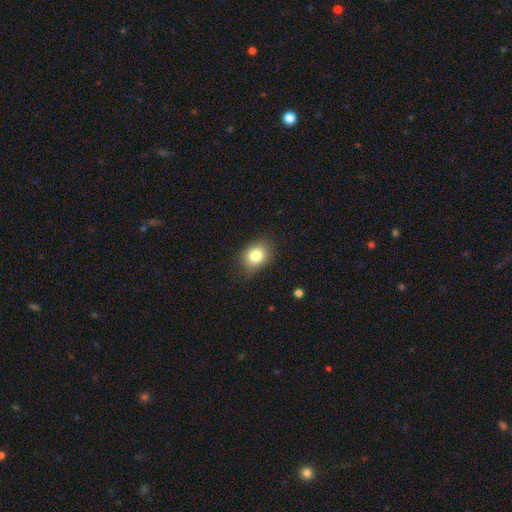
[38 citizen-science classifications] Smooth or featured? 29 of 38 (76%) said smooth. How rounded? 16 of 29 (55%) said in between. Merging? 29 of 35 (83%) said none.